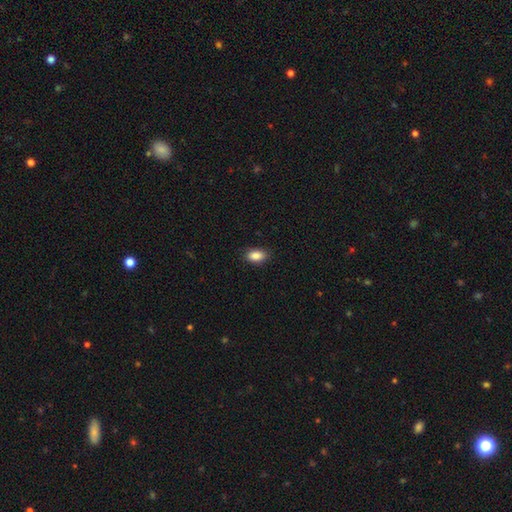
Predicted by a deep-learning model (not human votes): Morphology: type=smooth (88%); roundness=in between (90%); merging=none (87%).